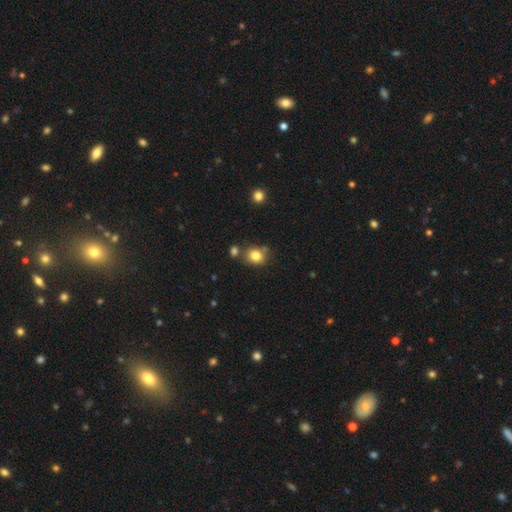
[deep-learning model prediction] This appears to be a smooth galaxy with no disk features (82%) that is round (66%). Merging: none (70%).